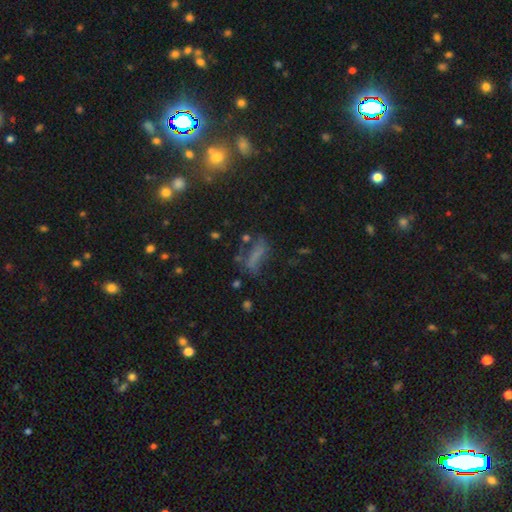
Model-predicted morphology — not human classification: Smooth or featured? Predicted: smooth (p=0.51). How rounded? Predicted: in between (p=0.53). Merging? Predicted: none (p=0.43).